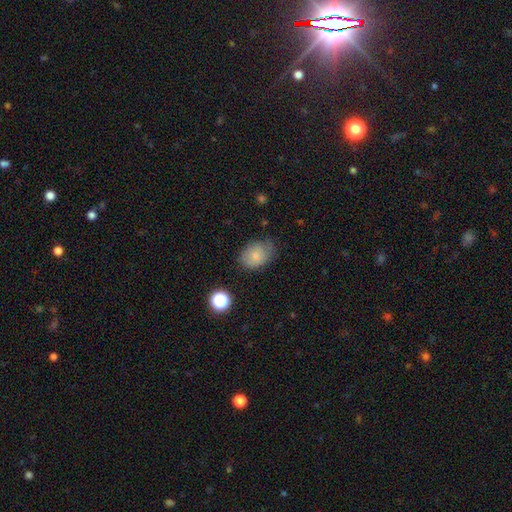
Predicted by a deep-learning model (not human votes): This is likely a smooth galaxy (76%). How rounded: likely in between (64%). Merging: possibly none (57%).